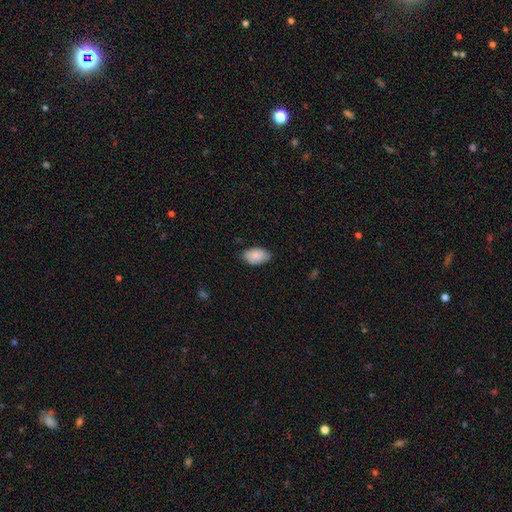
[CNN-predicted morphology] Q: Smooth or featured?
A: smooth (87%); runner-up: featured or disk (7%)
Q: How rounded?
A: in between (94%); runner-up: round (5%)
Q: Merging?
A: none (80%); runner-up: minor disturbance (17%)